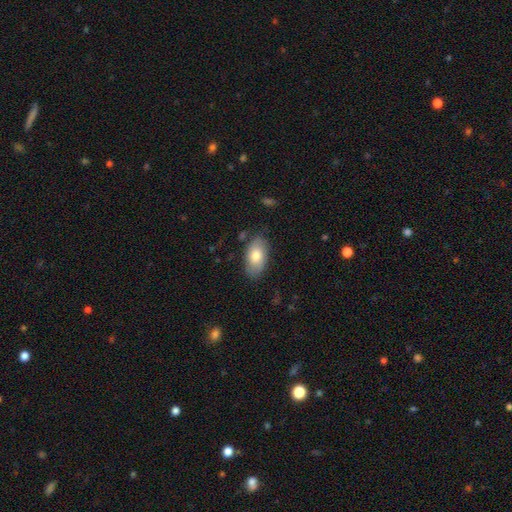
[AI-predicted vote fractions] Overall: smooth (77%). How rounded: in between (94%). Merging: none (80%).